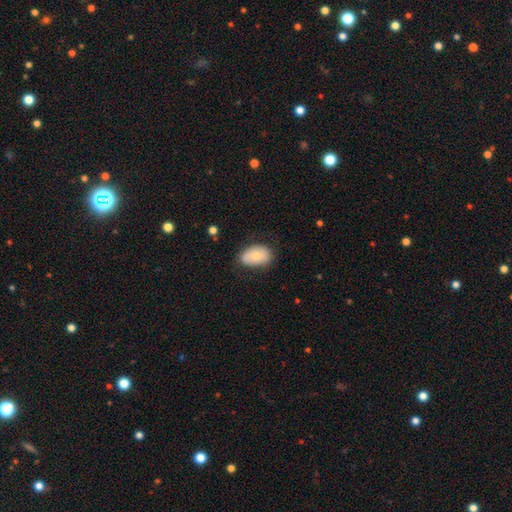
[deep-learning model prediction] The model was most divided on "merging": none: 72%, minor disturbance: 22%, major disturbance: 5%, merger: 1%. More confident: how rounded — in between (88%); smooth or featured — smooth (74%).